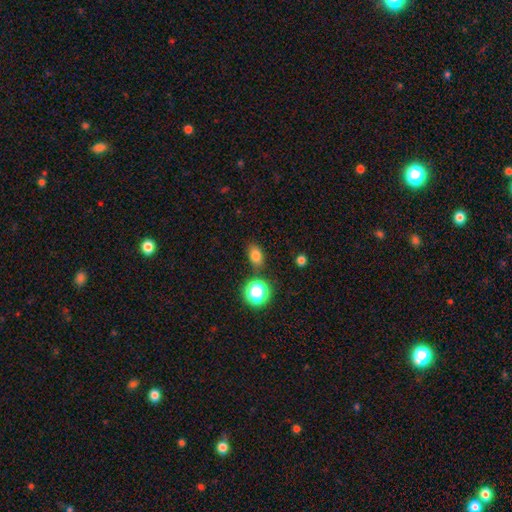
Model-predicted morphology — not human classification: Overall: smooth (78%). How rounded: in between (74%). Merging: none (80%).